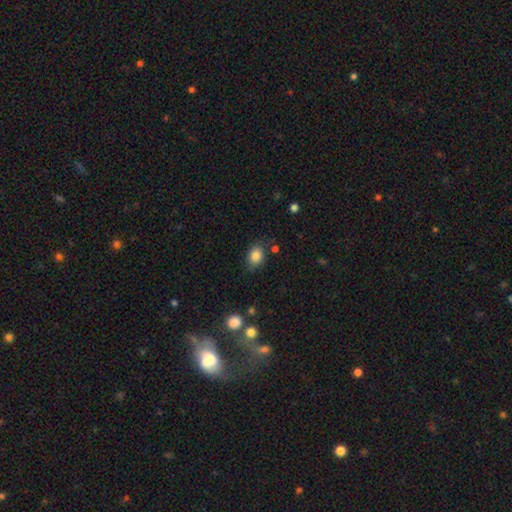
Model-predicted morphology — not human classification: smooth-or-featured: smooth: 84% | star or artifact: 10% | featured or disk: 7%
  how-rounded: in between: 60% | round: 39% | cigar-shaped: 1%
  merging: none: 78% | minor disturbance: 15% | major disturbance: 4% | merger: 3%